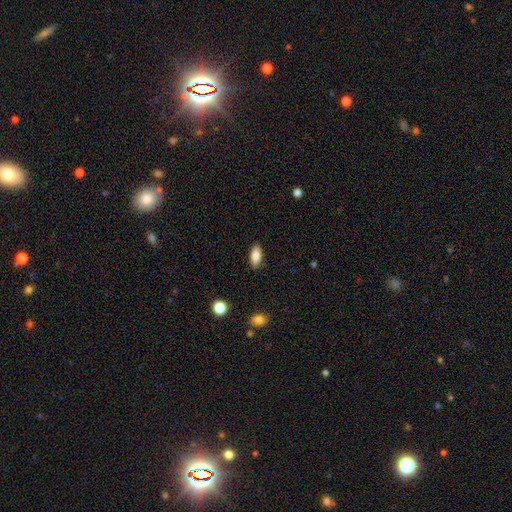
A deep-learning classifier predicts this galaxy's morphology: Smooth or featured?
  - smooth: 84% *
  - featured or disk: 9%
  - star or artifact: 7%
How rounded?
  - in between: 83% *
  - cigar-shaped: 14%
  - round: 3%
Merging?
  - none: 89% *
  - minor disturbance: 8%
  - major disturbance: 2%
  - merger: 1%